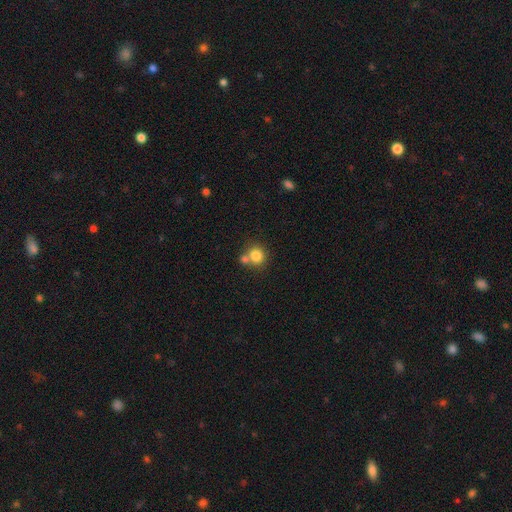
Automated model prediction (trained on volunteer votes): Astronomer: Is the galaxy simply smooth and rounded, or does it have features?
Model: smooth — 82%.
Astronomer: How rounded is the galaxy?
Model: round — 82%.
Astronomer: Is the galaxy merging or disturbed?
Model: none — 53% (runner-up: merger, 34%).